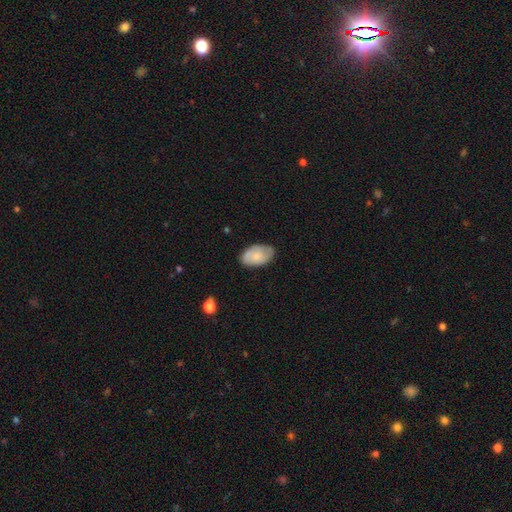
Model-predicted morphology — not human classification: Smooth or featured? Predicted: smooth (p=0.68). How rounded? Predicted: in between (p=0.93). Merging? Predicted: none (p=0.75).